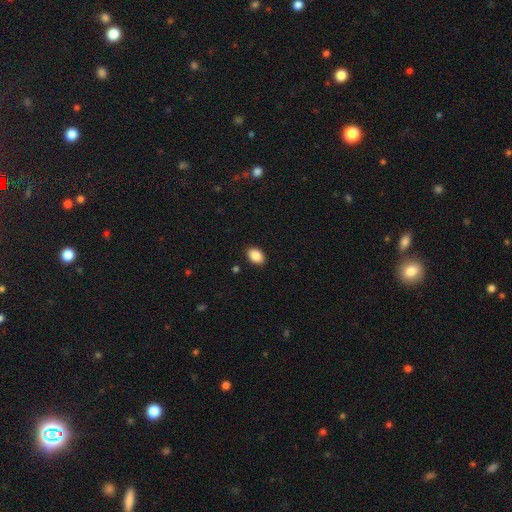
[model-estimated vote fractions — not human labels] A smooth galaxy with no disk features (88%) that is in between round and cigar-shaped (80%).

Vote fractions:
- Smooth or featured? smooth: 88% / star or artifact: 8% / featured or disk: 4%
- How rounded? in between: 80% / round: 19% / cigar-shaped: 1%
- Merging? none: 90% / minor disturbance: 7% / major disturbance: 2% / merger: 1%